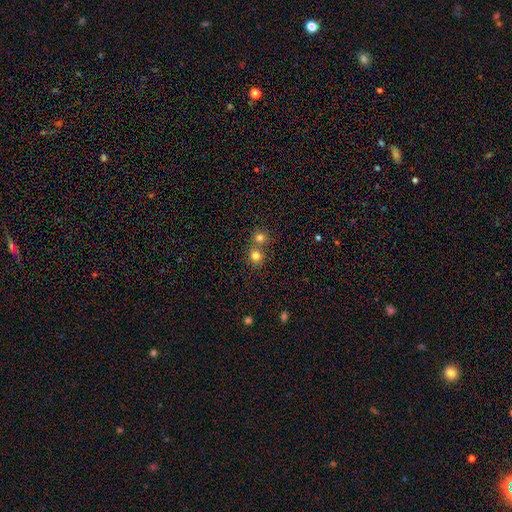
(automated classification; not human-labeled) A smooth galaxy with no disk features (79%) that is round (86%).

Vote fractions:
- Smooth or featured? smooth: 79% / star or artifact: 14% / featured or disk: 7%
- How rounded? round: 86% / in between: 13% / cigar-shaped: 1%
- Merging? none: 55% / merger: 37% / minor disturbance: 6% / major disturbance: 2%